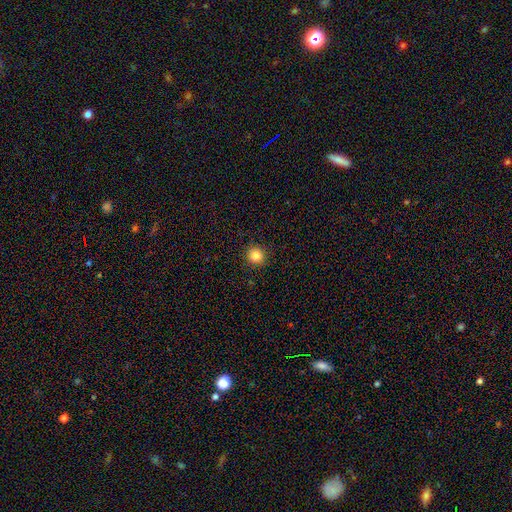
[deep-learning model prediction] smooth_or_featured: smooth (p=0.84) [alt: star or artifact p=0.11]
how_rounded: round (p=0.94) [alt: in between p=0.05]
merging: none (p=0.91) [alt: minor disturbance p=0.06]